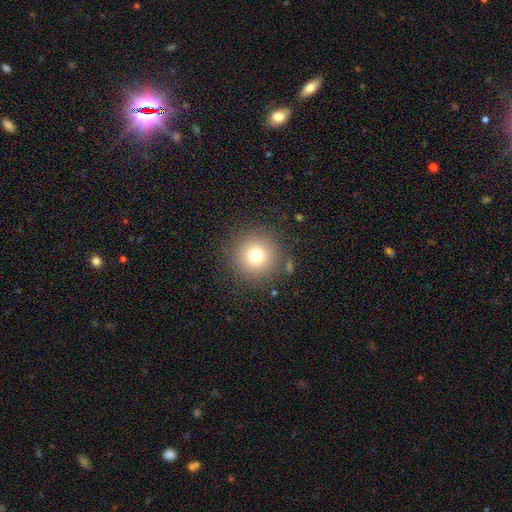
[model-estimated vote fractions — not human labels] This appears to be a smooth galaxy with no disk features (75%) that is round (96%). Merging: none (87%).